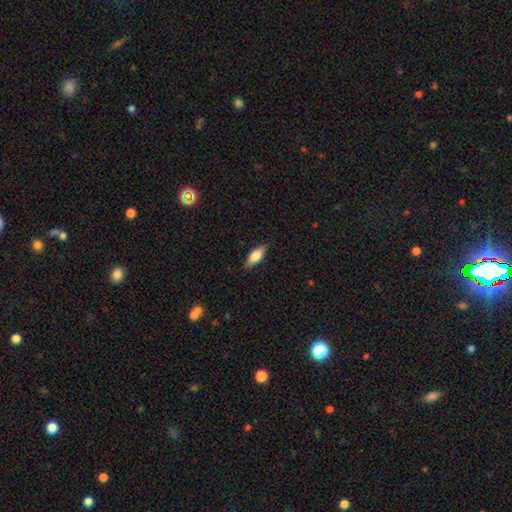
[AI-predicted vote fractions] Overall: smooth (77%). How rounded: in between (76%). Merging: none (86%).